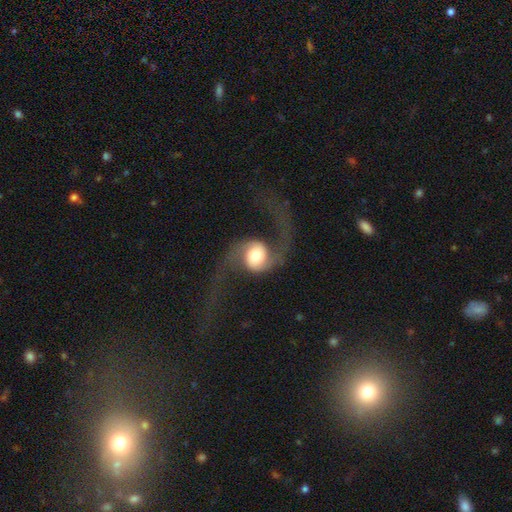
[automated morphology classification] Smooth or featured?
  - featured or disk: 82% *
  - smooth: 12%
  - star or artifact: 6%
Edge-on disk?
  - no: 97% *
  - yes: 3%
Bar?
  - no: 60% *
  - weak: 27%
  - strong: 13%
Spiral arms?
  - yes: 96% *
  - no: 4%
Spiral winding?
  - loose: 85% *
  - medium: 12%
  - tight: 3%
Spiral arm count?
  - 2: 93% *
  - 1: 3%
  - can't tell: 1%
  - 3: 1%
  - 4: 1%
  - more than 4: 1%
Bulge size?
  - moderate: 45% *
  - large: 32%
  - dominant: 15%
  - small: 8%
  - none: 2%
Merging?
  - none: 58% *
  - major disturbance: 27%
  - minor disturbance: 12%
  - merger: 3%